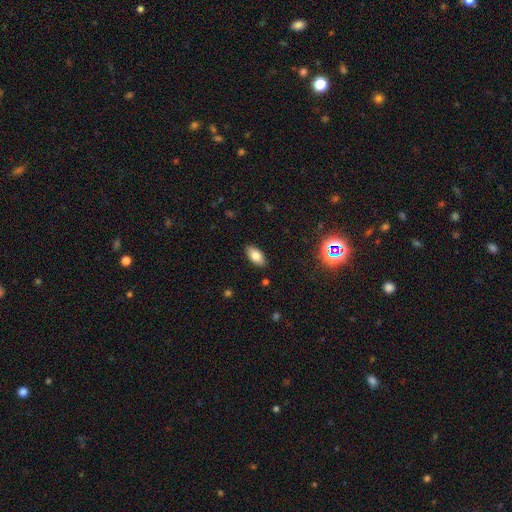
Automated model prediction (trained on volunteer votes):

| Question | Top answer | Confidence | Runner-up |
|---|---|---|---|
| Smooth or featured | smooth | 79% | featured or disk (11%) |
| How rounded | in between | 91% | cigar-shaped (6%) |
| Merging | none | 88% | minor disturbance (9%) |